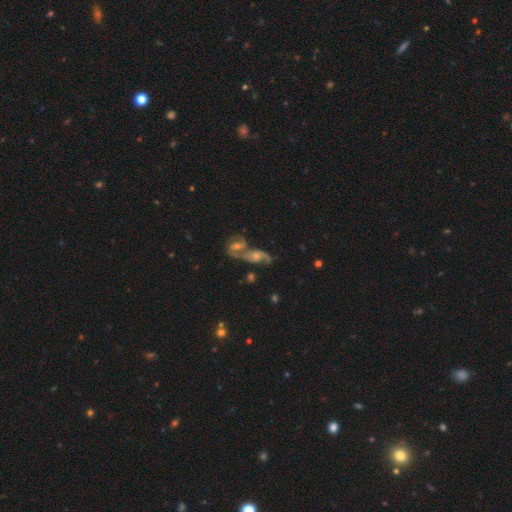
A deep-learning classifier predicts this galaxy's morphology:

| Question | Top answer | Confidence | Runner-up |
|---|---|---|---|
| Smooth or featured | featured or disk | 77% | smooth (13%) |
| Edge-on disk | no | 94% | yes (6%) |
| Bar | no | 54% | weak (36%) |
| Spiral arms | yes | 91% | no (9%) |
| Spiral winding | loose | 47% | medium (40%) |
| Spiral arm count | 2 | 84% | 1 (7%) |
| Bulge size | moderate | 47% | small (36%) |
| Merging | merger | 60% | none (24%) |